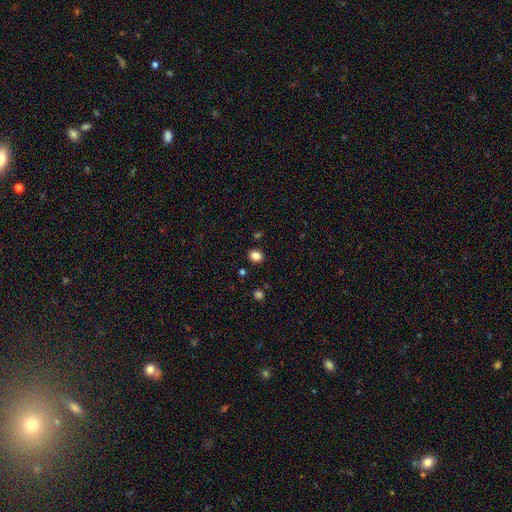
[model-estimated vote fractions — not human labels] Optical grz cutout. It shows a smooth galaxy with no disk features (84%) that is round (60%). Merging: none (88%).